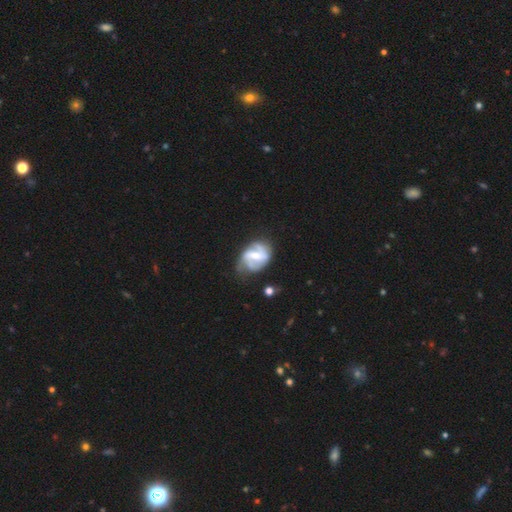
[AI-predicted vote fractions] smooth-or-featured: featured or disk: 78% | smooth: 16% | star or artifact: 6%
  disk-edge-on: no: 98% | yes: 2%
    bar: weak: 46% | strong: 35% | no: 18%
    has-spiral-arms: yes: 89% | no: 11%
      spiral-winding: medium: 44% | loose: 33% | tight: 23%
      spiral-arm-count: 2: 63% | 3: 14% | can't tell: 14% | 1: 4% | 4: 3% | more than 4: 2%
    bulge-size: moderate: 47% | small: 41% | none: 6% | large: 5% | dominant: 1%
  merging: none: 54% | minor disturbance: 26% | major disturbance: 16% | merger: 4%